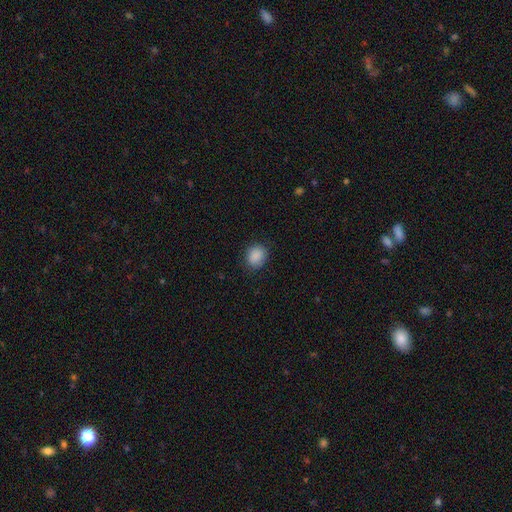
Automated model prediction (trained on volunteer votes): smooth-or-featured: smooth: 89% | star or artifact: 8% | featured or disk: 3%
  how-rounded: round: 66% | in between: 33% | cigar-shaped: 1%
  merging: none: 85% | minor disturbance: 12% | major disturbance: 3% | merger: 1%